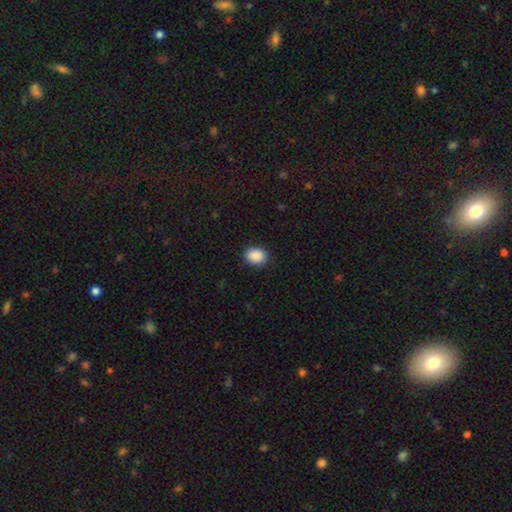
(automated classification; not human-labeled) Smooth or featured: smooth — 90% (star or artifact — 8%)
How rounded: in between — 57% (round — 42%)
Merging: none — 89% (minor disturbance — 8%)